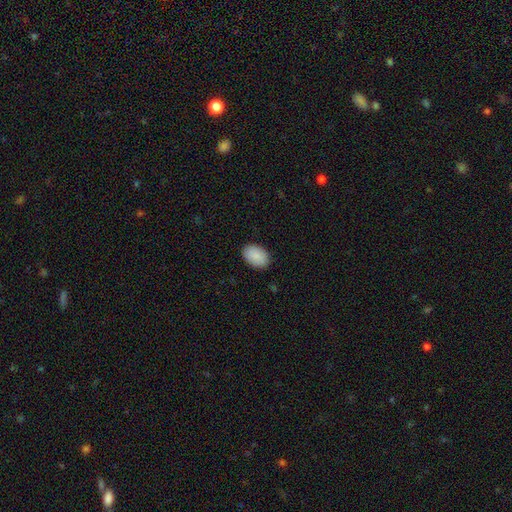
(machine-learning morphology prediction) A smooth galaxy with no disk features (90%) that is in between round and cigar-shaped (89%). Merging: none (89%).